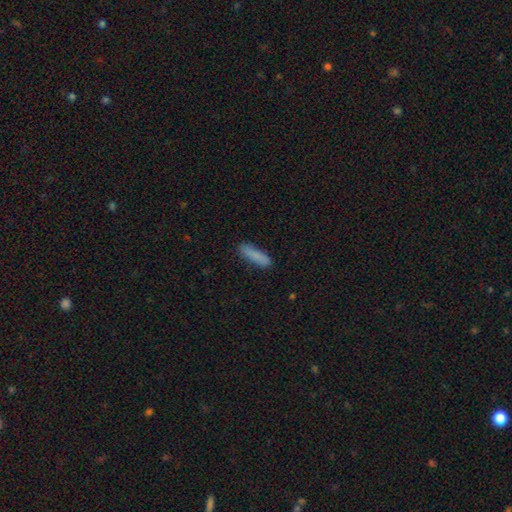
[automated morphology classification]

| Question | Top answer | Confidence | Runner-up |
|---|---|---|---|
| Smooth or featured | smooth | 86% | featured or disk (7%) |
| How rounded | cigar-shaped | 71% | in between (28%) |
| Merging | none | 83% | minor disturbance (13%) |